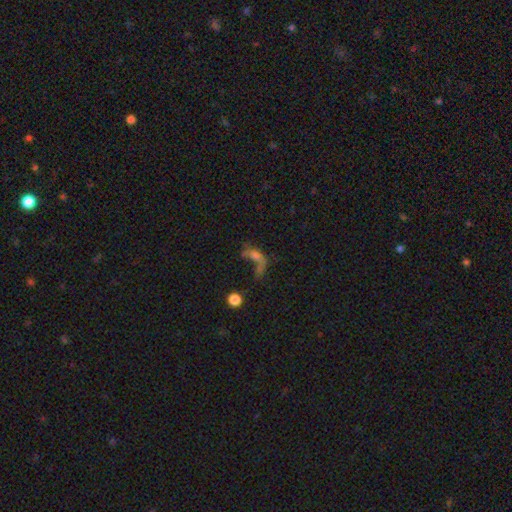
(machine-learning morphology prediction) Overall: featured or disk (40%, tied with smooth). Merging: major disturbance (40%; none 24%).